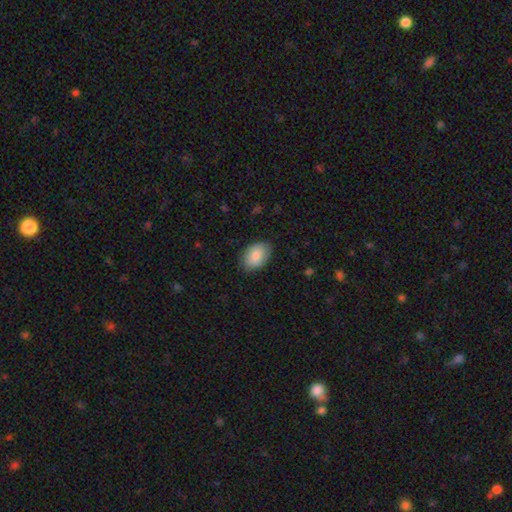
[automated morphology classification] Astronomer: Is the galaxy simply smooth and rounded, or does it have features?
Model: smooth — 86%.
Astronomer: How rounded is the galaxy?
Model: in between — 85%.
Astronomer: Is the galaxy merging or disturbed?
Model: none — 83%.